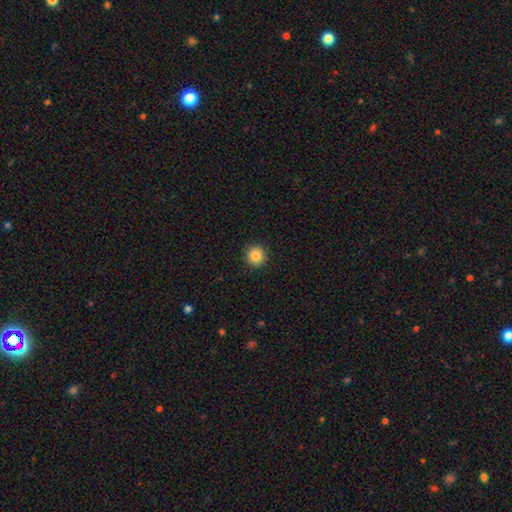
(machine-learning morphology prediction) smooth_or_featured: smooth (p=0.85) [alt: star or artifact p=0.10]
how_rounded: round (p=0.94) [alt: in between p=0.05]
merging: none (p=0.92) [alt: minor disturbance p=0.05]